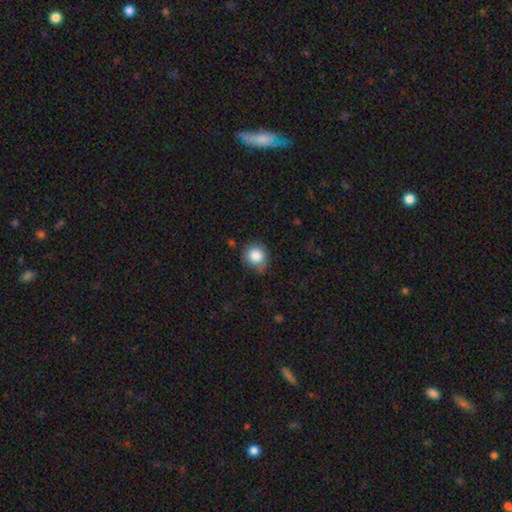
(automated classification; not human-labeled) The model was most divided on "merging": none: 65%, minor disturbance: 27%, major disturbance: 6%, merger: 3%. More confident: smooth or featured — smooth (86%); how rounded — round (86%).